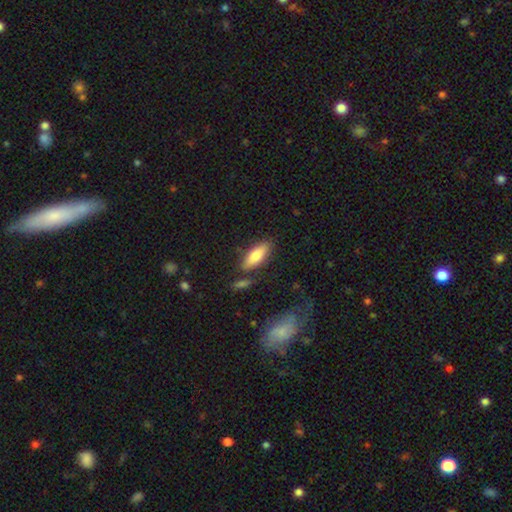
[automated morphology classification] Q: Smooth or featured?
A: smooth (77%); runner-up: featured or disk (16%)
Q: How rounded?
A: in between (67%); runner-up: cigar-shaped (31%)
Q: Merging?
A: none (78%); runner-up: minor disturbance (13%)